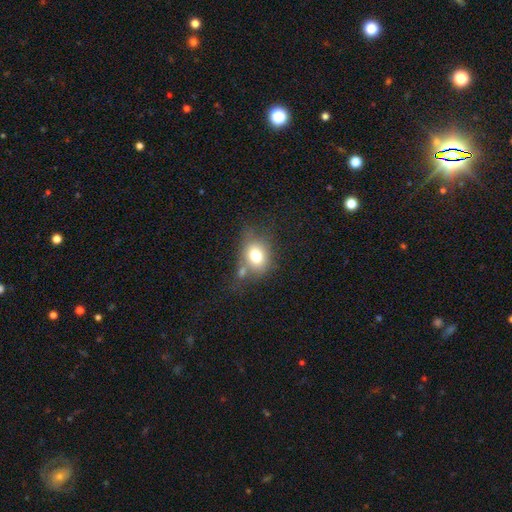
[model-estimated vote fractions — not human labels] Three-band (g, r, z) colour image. It shows a smooth galaxy with no disk features (72%) that is in between round and cigar-shaped (55%). Merging: none (52%).